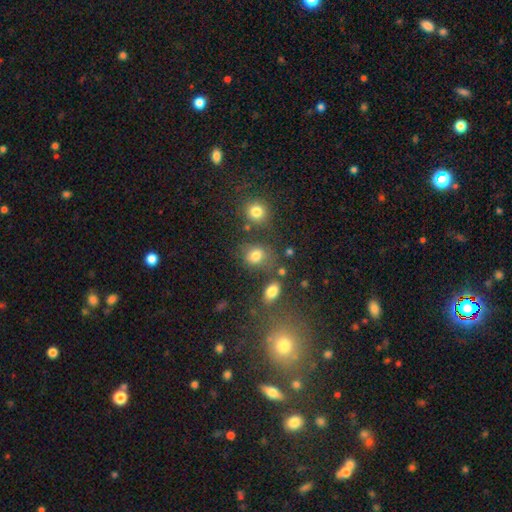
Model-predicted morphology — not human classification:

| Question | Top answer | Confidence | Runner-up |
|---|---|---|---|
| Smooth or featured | smooth | 76% | star or artifact (15%) |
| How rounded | round | 59% | in between (39%) |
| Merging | none | 62% | minor disturbance (16%) |